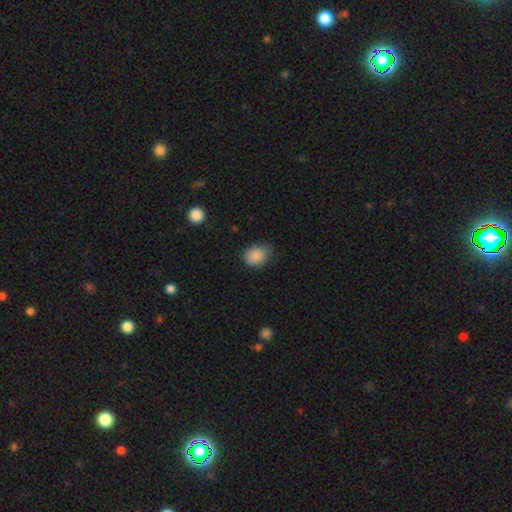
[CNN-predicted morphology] The model was most divided on "how rounded": in between: 56%, round: 43%, cigar-shaped: 1%. More confident: smooth or featured — smooth (88%); merging — none (67%).